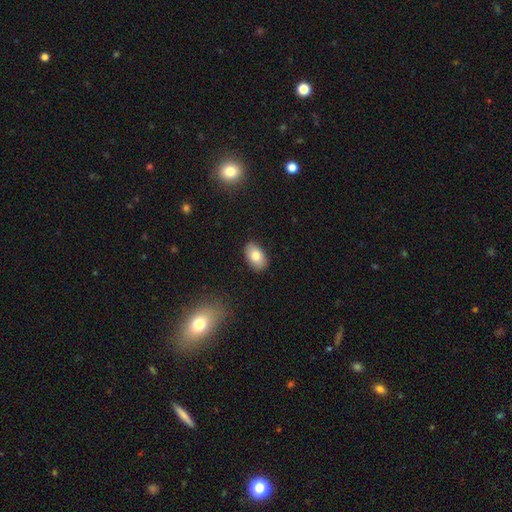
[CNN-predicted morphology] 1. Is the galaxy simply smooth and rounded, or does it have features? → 80% smooth, 13% featured or disk, 7% star or artifact.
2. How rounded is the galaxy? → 92% in between, 6% round, 1% cigar-shaped.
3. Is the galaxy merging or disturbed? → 87% none, 10% minor disturbance, 2% major disturbance, 1% merger.